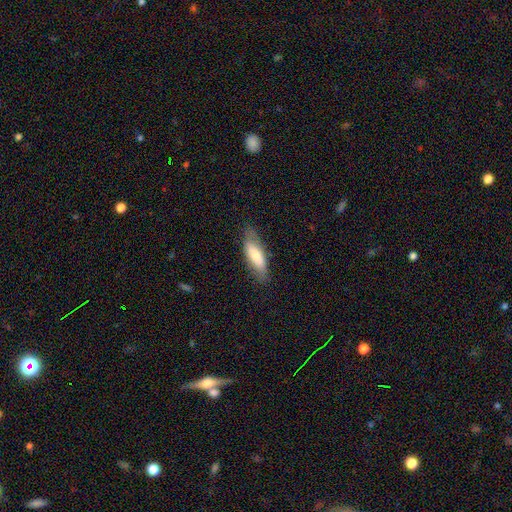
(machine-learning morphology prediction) Smooth or featured: smooth — 69% (featured or disk — 25%)
How rounded: in between — 61% (cigar-shaped — 38%)
Merging: none — 72% (minor disturbance — 21%)